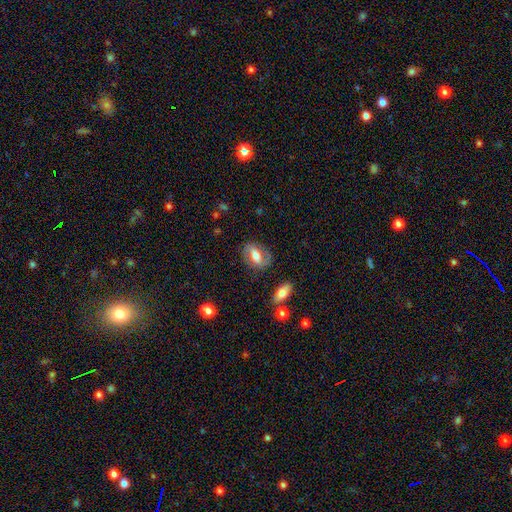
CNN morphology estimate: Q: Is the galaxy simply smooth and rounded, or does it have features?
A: smooth — 47%.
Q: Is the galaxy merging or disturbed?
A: none — 76%.